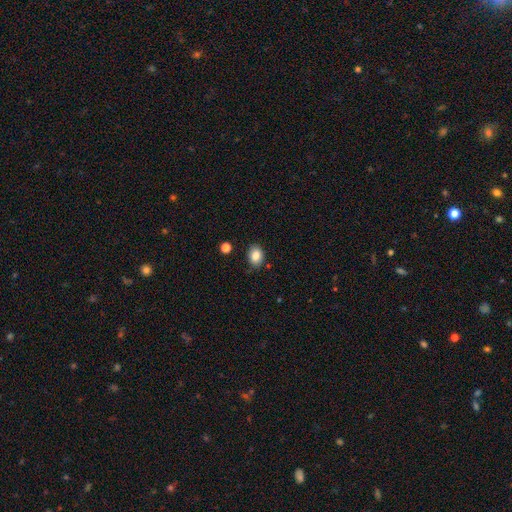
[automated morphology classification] Overall: smooth (84%). How rounded: in between (70%). Merging: none (81%).